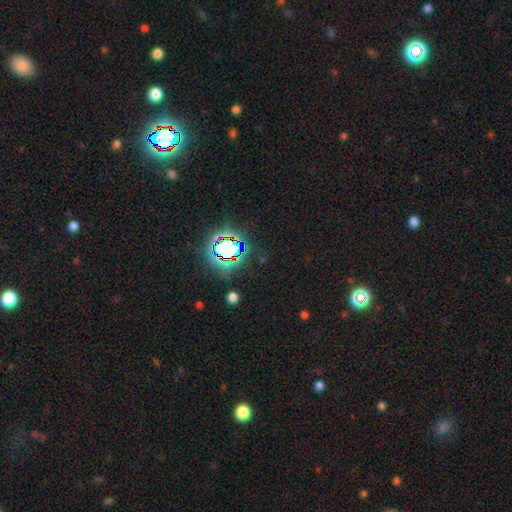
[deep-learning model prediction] star or artifact 78%, smooth 14%, featured or disk 8%.